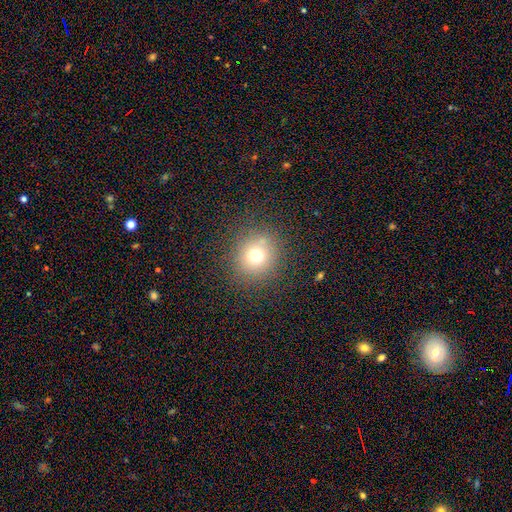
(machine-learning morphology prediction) smooth 69%, star or artifact 19%, featured or disk 11%. Down the decision tree: how rounded — round (90%); merging — none (85%).